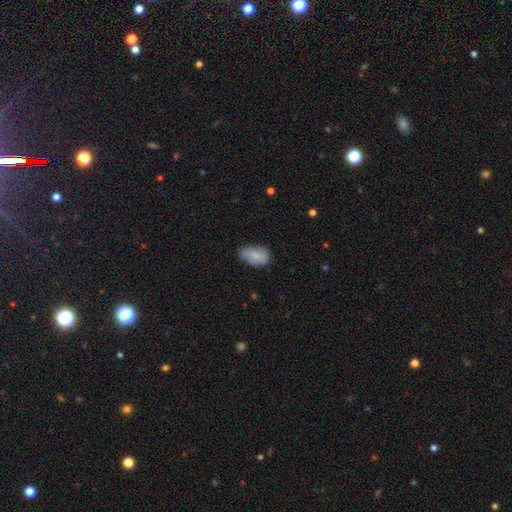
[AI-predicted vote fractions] Overall: smooth (78%). How rounded: in between (91%). Merging: none (66%; minor disturbance 27%).